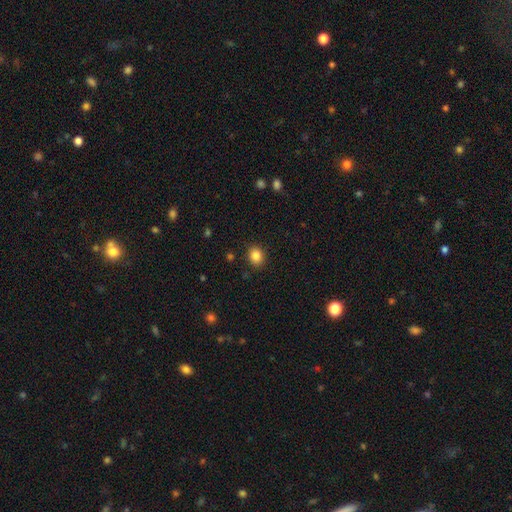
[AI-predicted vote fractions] smooth 85%, star or artifact 10%, featured or disk 4%. Down the decision tree: how rounded — round (61%); merging — none (89%).